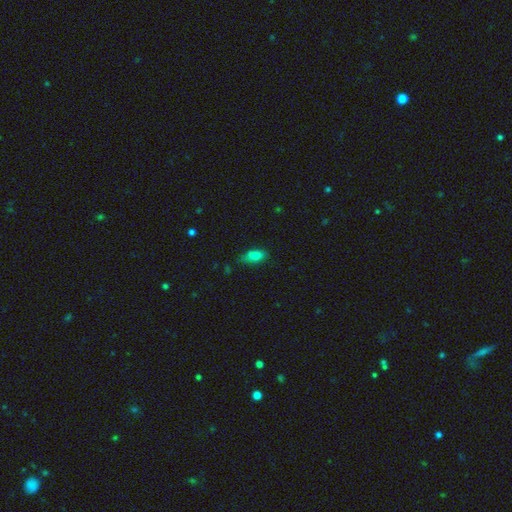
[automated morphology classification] Smooth or featured? smooth (74%)
How rounded? in between (79%)
Merging? none (54%)